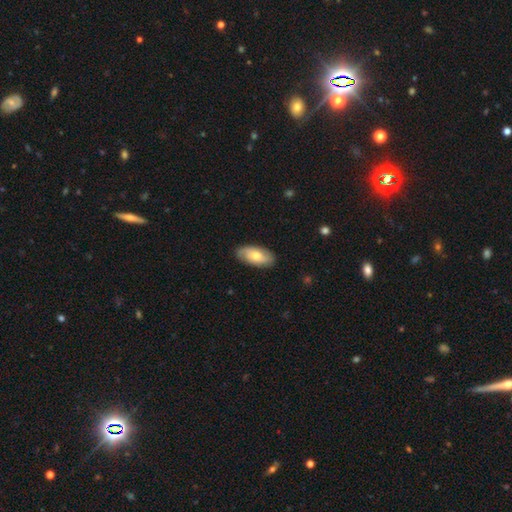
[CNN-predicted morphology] smooth-or-featured: smooth: 59% | featured or disk: 35% | star or artifact: 6%
  how-rounded: in between: 92% | cigar-shaped: 5% | round: 3%
  merging: none: 85% | minor disturbance: 12% | major disturbance: 2% | merger: 1%